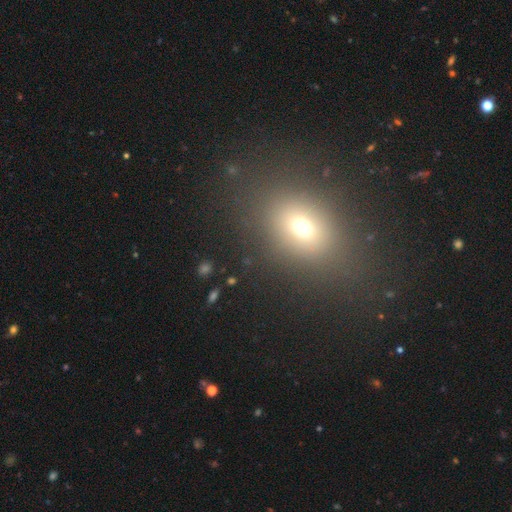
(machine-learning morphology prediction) This is likely a smooth galaxy (60%). How rounded: likely in between (61%). Merging: clearly none (85%).